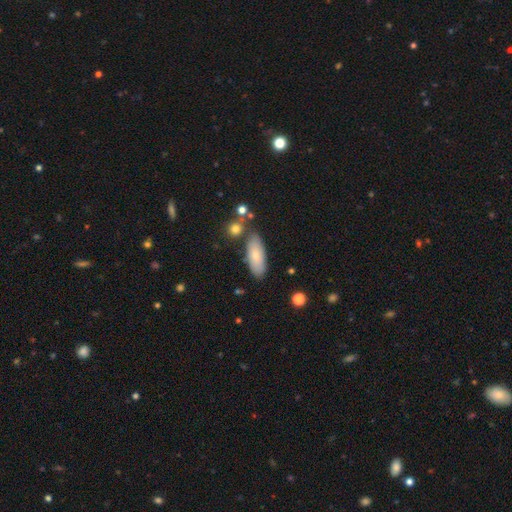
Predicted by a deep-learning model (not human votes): Smooth or featured? smooth (76%)
How rounded? in between (77%)
Merging? none (77%)